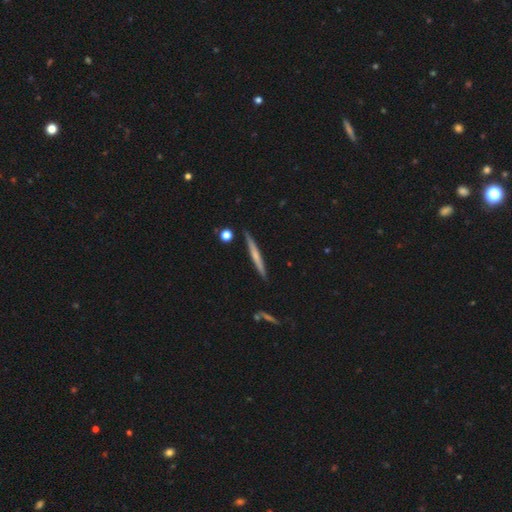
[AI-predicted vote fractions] A featured or disk galaxy (47%, tied with smooth).

Vote fractions:
- Smooth or featured? featured or disk: 47% (tied) / smooth: 47% (tied) / star or artifact: 6%
- Merging? none: 90% / minor disturbance: 7% / merger: 2% / major disturbance: 1%